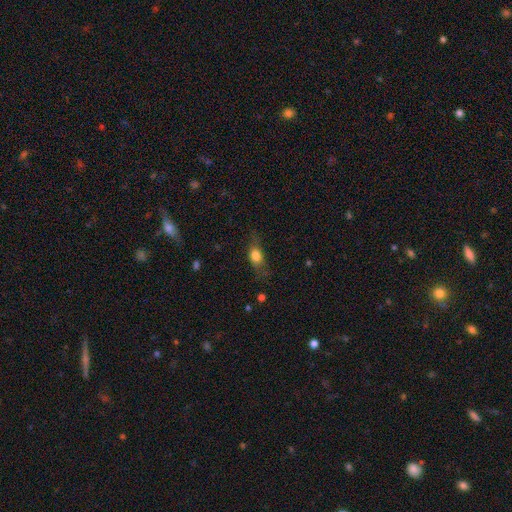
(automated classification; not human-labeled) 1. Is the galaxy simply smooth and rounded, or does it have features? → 73% smooth, 17% featured or disk, 10% star or artifact.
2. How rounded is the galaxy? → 64% in between, 22% round, 14% cigar-shaped.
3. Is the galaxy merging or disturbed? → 65% none, 23% minor disturbance, 10% major disturbance, 2% merger.